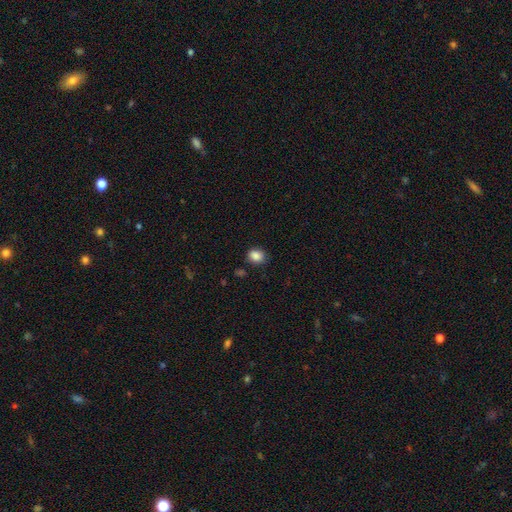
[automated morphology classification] Q: Smooth or featured?
A: smooth (86%); runner-up: star or artifact (10%)
Q: How rounded?
A: round (58%); runner-up: in between (41%)
Q: Merging?
A: none (82%); runner-up: minor disturbance (13%)